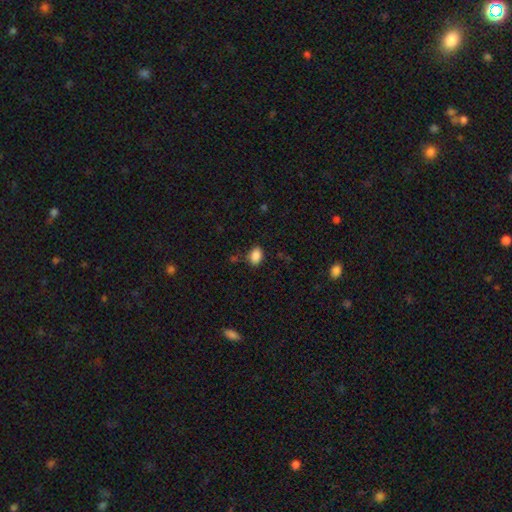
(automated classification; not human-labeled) Q: Smooth or featured?
A: smooth (87%); runner-up: star or artifact (9%)
Q: How rounded?
A: in between (81%); runner-up: round (18%)
Q: Merging?
A: none (79%); runner-up: minor disturbance (14%)